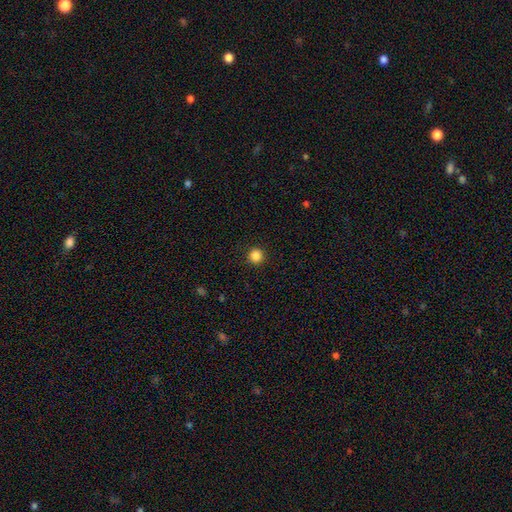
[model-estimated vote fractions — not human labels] Smooth or featured: smooth — 86% (star or artifact — 11%)
How rounded: round — 95% (in between — 4%)
Merging: none — 93% (minor disturbance — 4%)